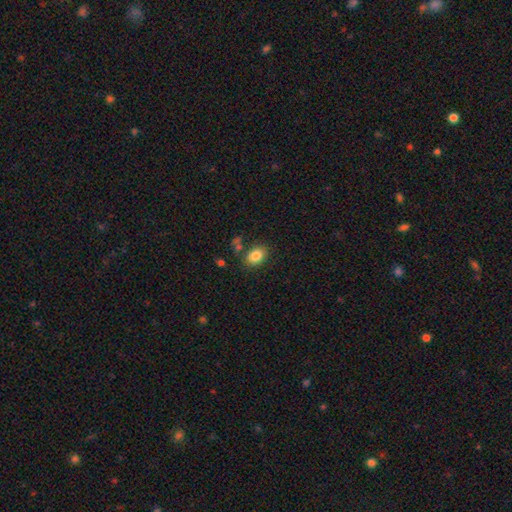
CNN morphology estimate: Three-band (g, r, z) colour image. It shows a smooth galaxy with no disk features (84%) that is in between round and cigar-shaped (80%). Merging: none (78%).